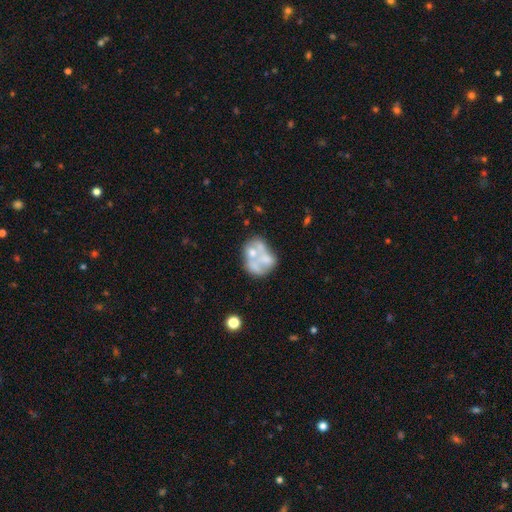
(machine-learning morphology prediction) Smooth or featured? Predicted: featured or disk (p=0.60). Edge-on disk? Predicted: no (p=0.98). Bar? Predicted: no (p=0.93). Spiral arms? Predicted: no (p=0.92). Bulge size? Predicted: none (p=0.50). Merging? Predicted: merger (p=0.40).